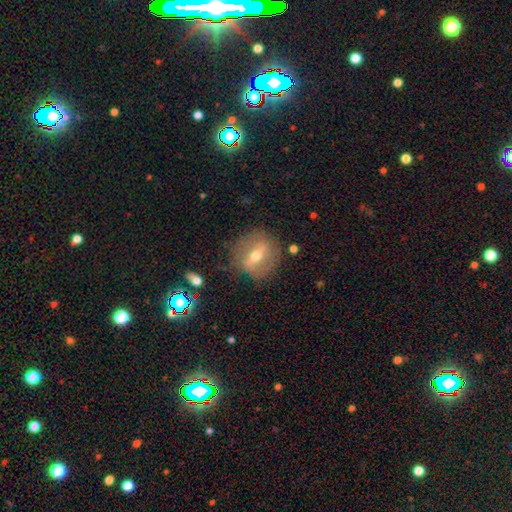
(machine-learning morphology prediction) featured or disk 58%, smooth 31%, star or artifact 10%. Down the decision tree: edge-on disk — no (80%); merging — none (78%).